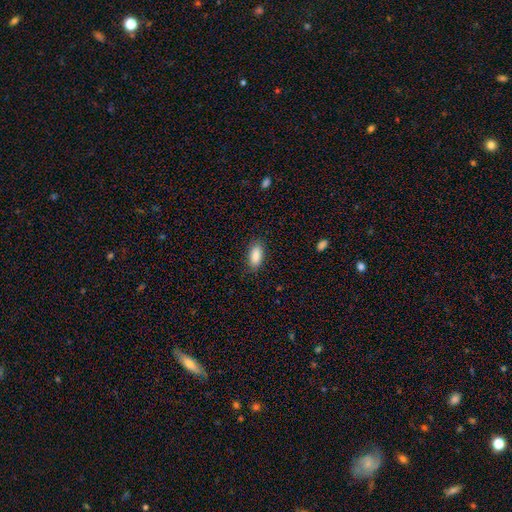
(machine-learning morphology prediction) smooth_or_featured: smooth (p=0.89) [alt: star or artifact p=0.07]
how_rounded: in between (p=0.90) [alt: cigar-shaped p=0.07]
merging: none (p=0.85) [alt: minor disturbance p=0.11]